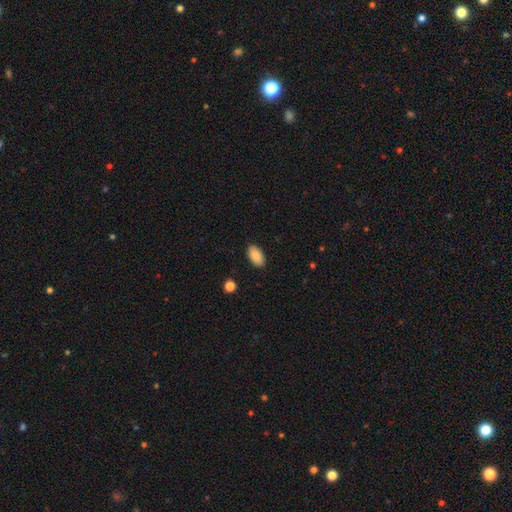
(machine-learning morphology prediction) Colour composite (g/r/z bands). It shows a smooth galaxy with no disk features (87%) that is in between round and cigar-shaped (95%). Merging: none (89%).